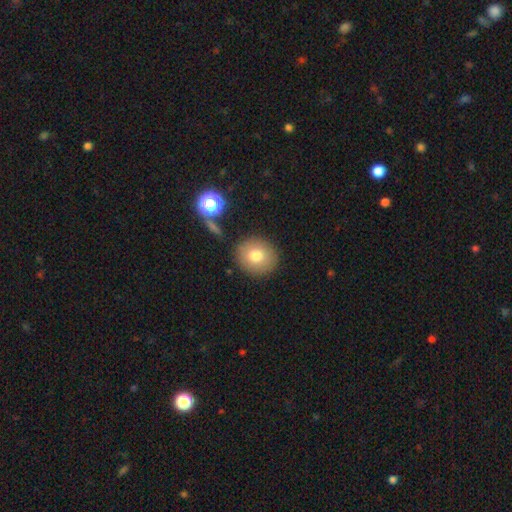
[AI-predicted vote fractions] Morphology: type=smooth (77%); roundness=round (80%); merging=none (85%).